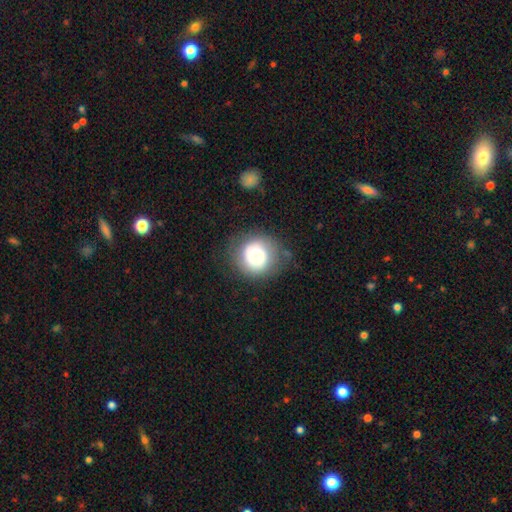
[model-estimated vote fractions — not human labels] Morphology: type=smooth (61%); roundness=round (89%); merging=none (72%).